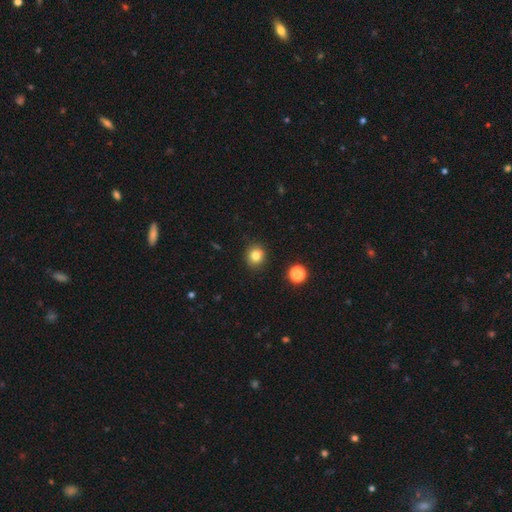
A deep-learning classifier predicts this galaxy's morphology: smooth_or_featured: smooth (p=0.81) [alt: star or artifact p=0.13]
how_rounded: round (p=0.86) [alt: in between p=0.14]
merging: none (p=0.89) [alt: minor disturbance p=0.07]